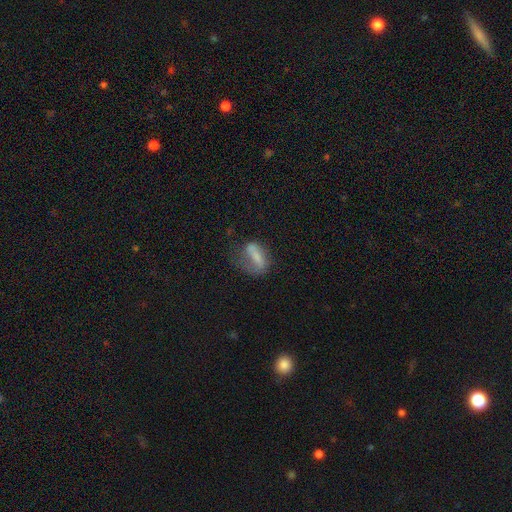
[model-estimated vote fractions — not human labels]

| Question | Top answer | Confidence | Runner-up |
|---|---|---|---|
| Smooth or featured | smooth | 58% | featured or disk (32%) |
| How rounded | in between | 69% | cigar-shaped (20%) |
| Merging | none | 34% | tied: major disturbance (34%) |